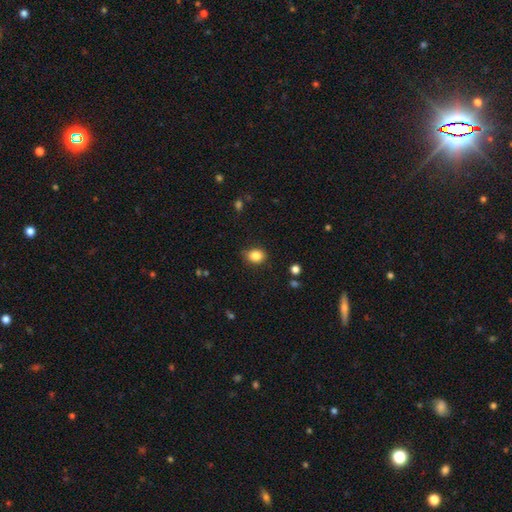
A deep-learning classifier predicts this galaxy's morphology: A smooth galaxy with no disk features (85%) that is round (50%). Merging: none (77%).